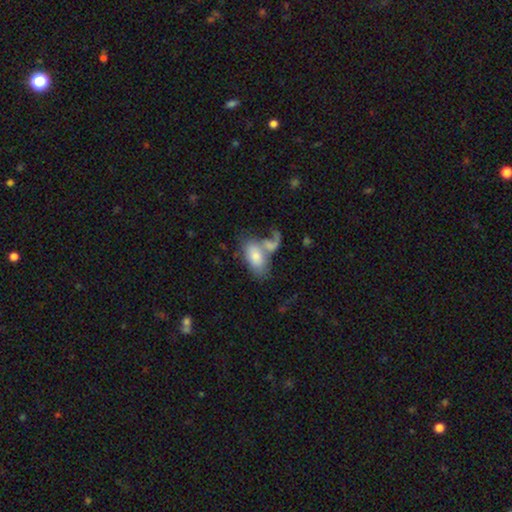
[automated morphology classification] type=smooth (72%); roundness=in between (92%); merging=merger (50%).